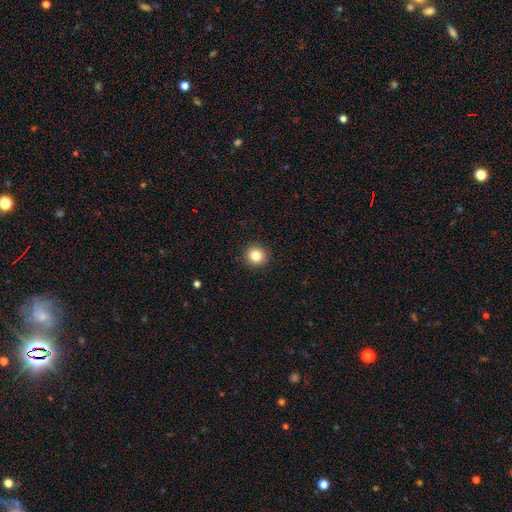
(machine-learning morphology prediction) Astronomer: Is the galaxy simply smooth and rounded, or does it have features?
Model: smooth — 83%.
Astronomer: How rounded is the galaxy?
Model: round — 94%.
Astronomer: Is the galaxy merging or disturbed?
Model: none — 93%.